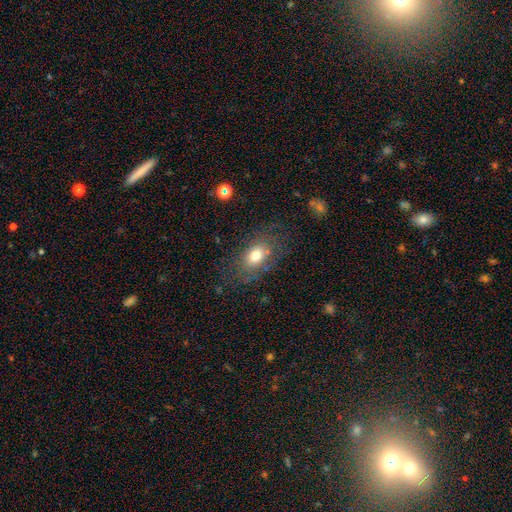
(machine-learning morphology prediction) Overall: smooth (67%). How rounded: in between (82%). Merging: none (71%).